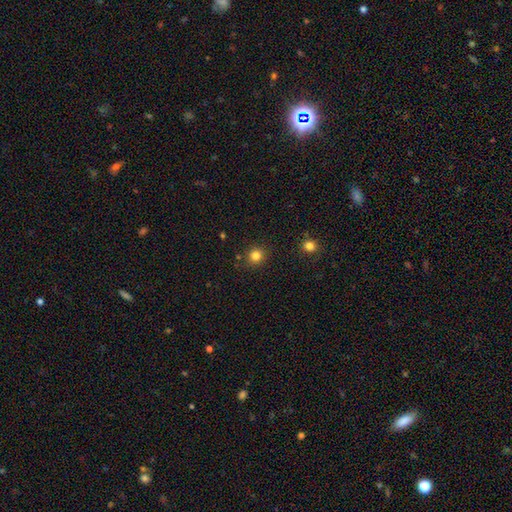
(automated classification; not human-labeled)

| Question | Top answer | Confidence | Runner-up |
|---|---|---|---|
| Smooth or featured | smooth | 82% | star or artifact (14%) |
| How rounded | round | 90% | in between (9%) |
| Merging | none | 88% | minor disturbance (7%) |